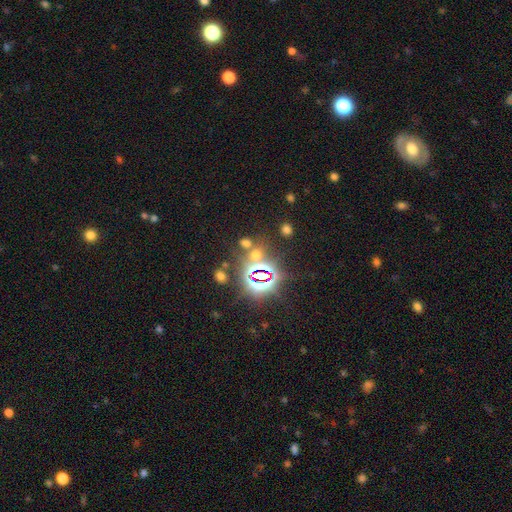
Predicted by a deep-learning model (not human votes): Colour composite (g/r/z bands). It shows a star or artifact, not a galaxy (61%).